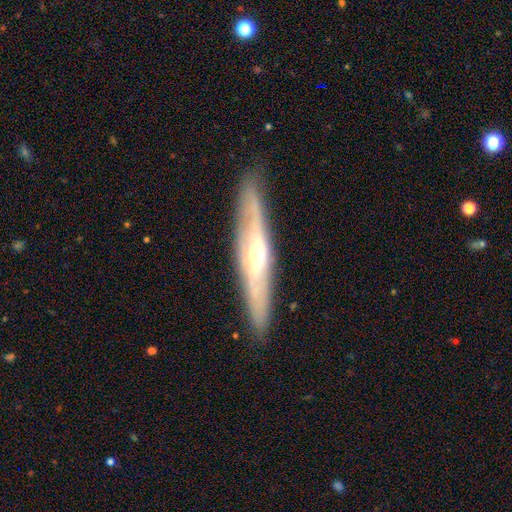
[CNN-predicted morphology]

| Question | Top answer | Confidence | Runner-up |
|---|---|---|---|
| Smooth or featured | featured or disk | 70% | smooth (24%) |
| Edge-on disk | yes | 71% | no (29%) |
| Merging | none | 88% | minor disturbance (9%) |